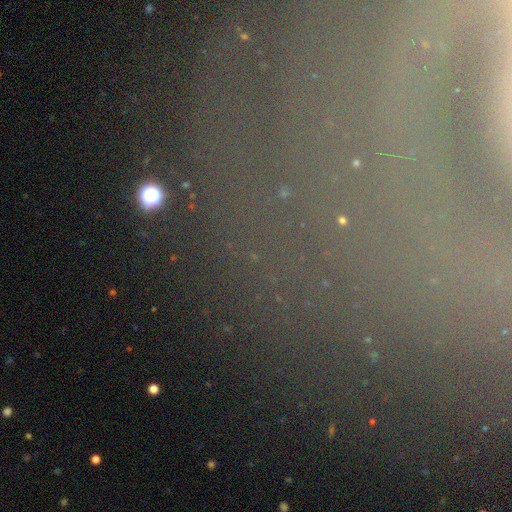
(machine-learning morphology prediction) smooth_or_featured: star or artifact (p=0.69) [alt: featured or disk p=0.17]